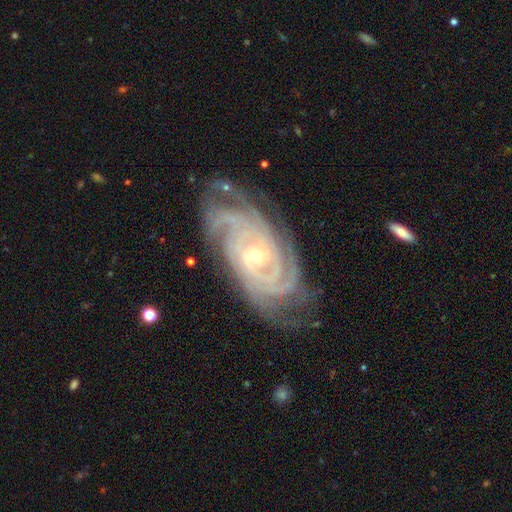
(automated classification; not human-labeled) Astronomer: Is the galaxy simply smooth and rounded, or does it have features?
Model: featured or disk — 92%.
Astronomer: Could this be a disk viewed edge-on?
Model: no — 97%.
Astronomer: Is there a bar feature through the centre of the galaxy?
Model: no — 60%.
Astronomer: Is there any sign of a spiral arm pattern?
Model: yes — 99%.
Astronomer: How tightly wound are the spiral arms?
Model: tight — 80%.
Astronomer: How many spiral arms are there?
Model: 4 — 35% (runner-up: 3, 18%).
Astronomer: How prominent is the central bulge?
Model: small — 64%.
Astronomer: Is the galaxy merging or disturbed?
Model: none — 76%.